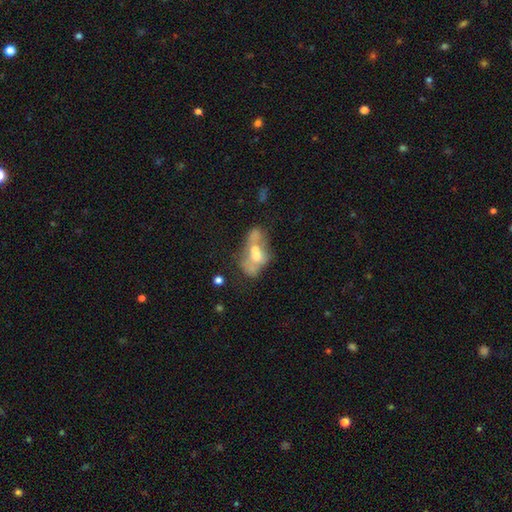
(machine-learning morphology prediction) This is possibly a featured or disk galaxy (48%). Merging: likely merger (63%).